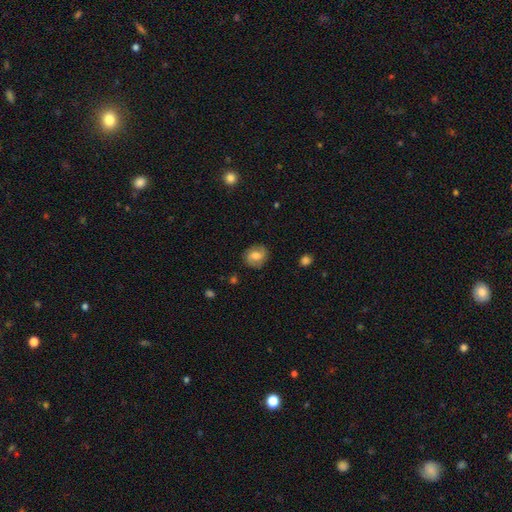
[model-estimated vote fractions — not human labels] smooth 59%, featured or disk 32%, star or artifact 8%. Down the decision tree: how rounded — round (69%); merging — none (82%).